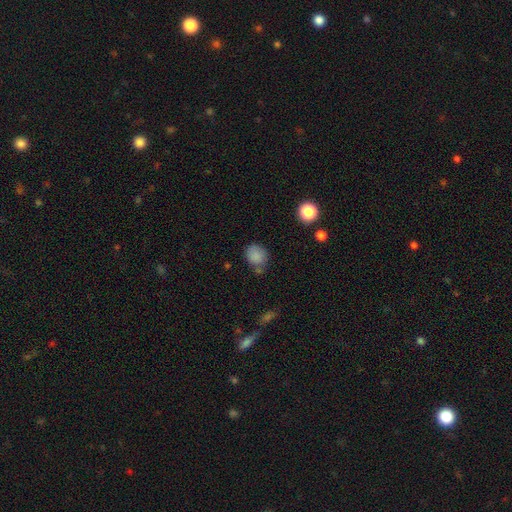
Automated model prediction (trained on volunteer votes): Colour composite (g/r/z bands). It shows a smooth galaxy with no disk features (84%) that is round (66%). Merging: none (59%).